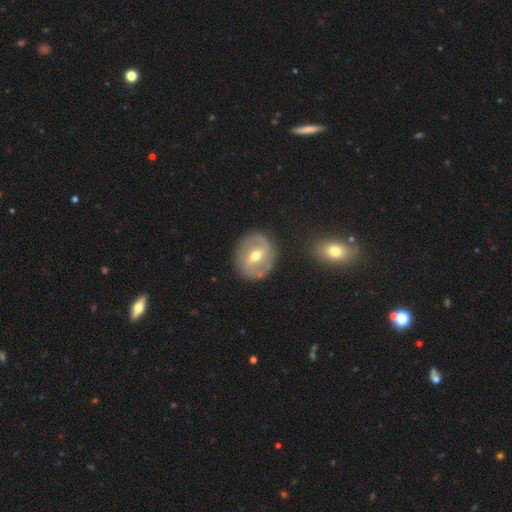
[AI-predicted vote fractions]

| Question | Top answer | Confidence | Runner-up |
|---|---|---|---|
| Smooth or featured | featured or disk | 69% | smooth (25%) |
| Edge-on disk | no | 96% | yes (4%) |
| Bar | weak | 50% | strong (28%) |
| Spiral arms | yes | 76% | no (24%) |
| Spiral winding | medium | 45% | tight (29%) |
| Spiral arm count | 2 | 84% | can't tell (9%) |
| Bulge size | moderate | 70% | small (25%) |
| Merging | none | 81% | minor disturbance (12%) |